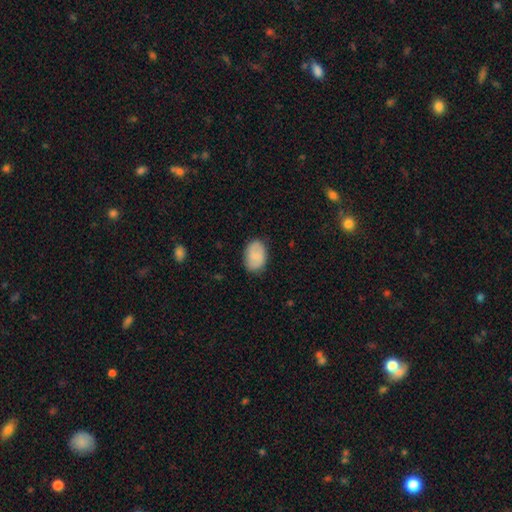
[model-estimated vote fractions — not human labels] Morphology: type=smooth (76%); roundness=in between (81%); merging=none (83%).